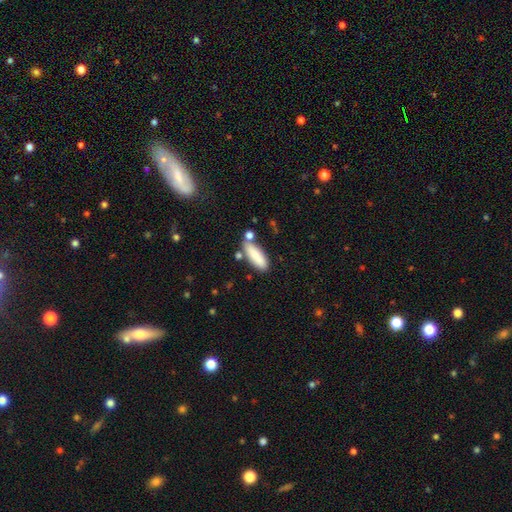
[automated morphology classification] smooth_or_featured: smooth (p=0.85) [alt: featured or disk p=0.08]
how_rounded: in between (p=0.56) [alt: cigar-shaped p=0.42]
merging: none (p=0.67) [alt: minor disturbance p=0.16]